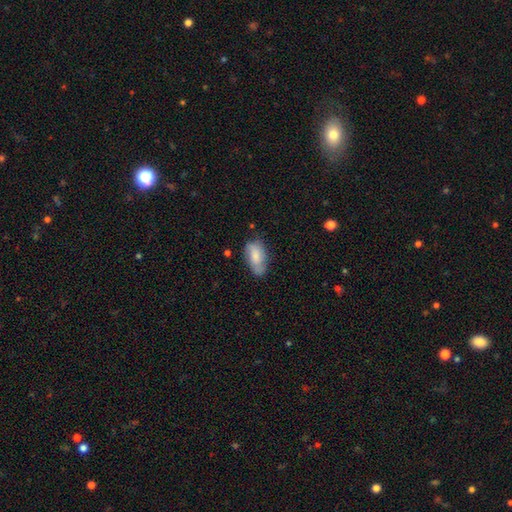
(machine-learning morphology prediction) Smooth or featured?
  - smooth: 66% *
  - featured or disk: 27%
  - star or artifact: 7%
How rounded?
  - in between: 92% *
  - cigar-shaped: 4%
  - round: 4%
Merging?
  - none: 61% *
  - minor disturbance: 29%
  - major disturbance: 8%
  - merger: 3%